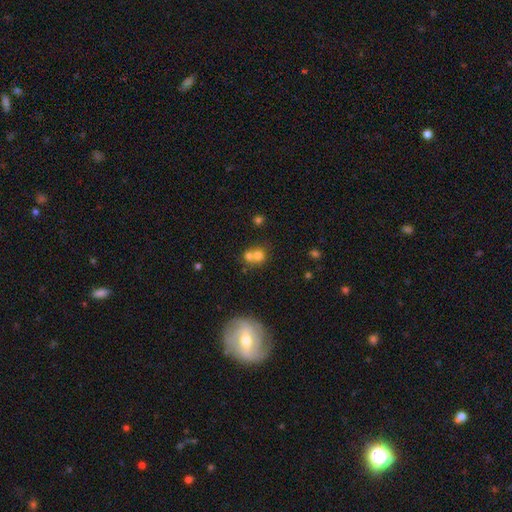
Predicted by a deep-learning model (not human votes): The model was most divided on "merging": merger: 58%, none: 33%, minor disturbance: 6%, major disturbance: 3%. More confident: how rounded — round (79%); smooth or featured — smooth (71%).